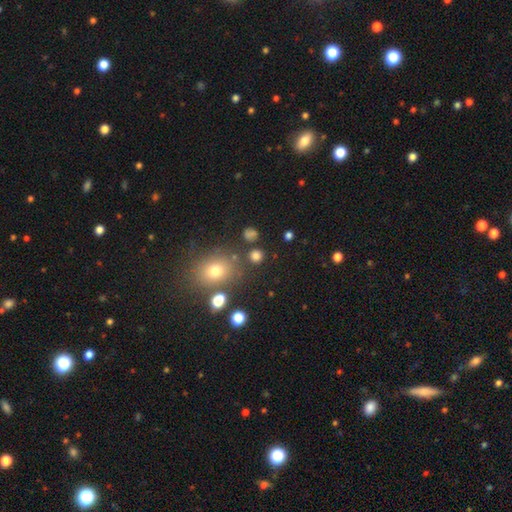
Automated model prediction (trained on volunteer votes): smooth-or-featured: smooth: 77% | star or artifact: 17% | featured or disk: 6%
  how-rounded: round: 83% | in between: 16% | cigar-shaped: 1%
  merging: none: 79% | minor disturbance: 9% | merger: 8% | major disturbance: 4%